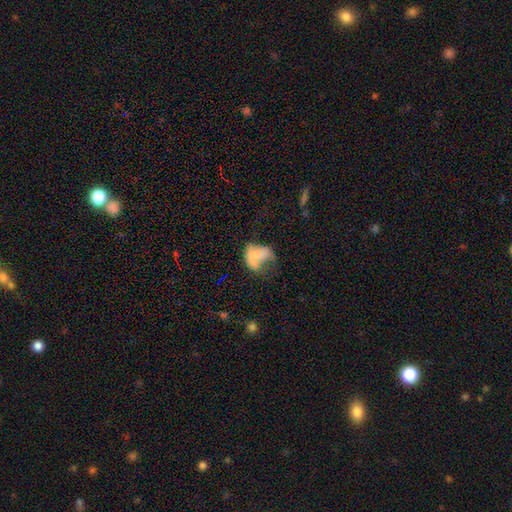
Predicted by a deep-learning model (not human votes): smooth 58%, featured or disk 31%, star or artifact 11%. Down the decision tree: how rounded — in between (77%); merging — major disturbance (43%).